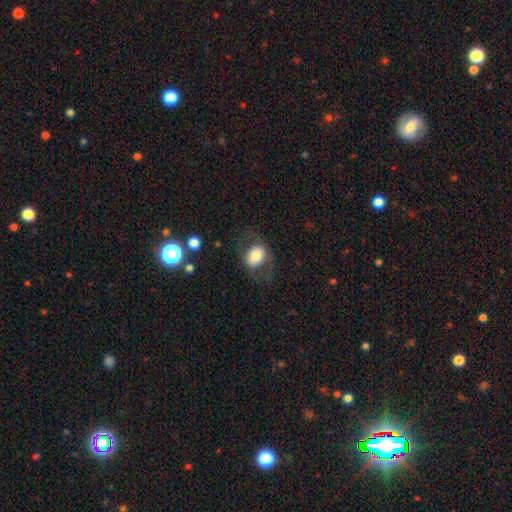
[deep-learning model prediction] Q: Smooth or featured?
A: smooth (63%); runner-up: featured or disk (29%)
Q: How rounded?
A: in between (59%); runner-up: round (40%)
Q: Merging?
A: none (61%); runner-up: major disturbance (19%)